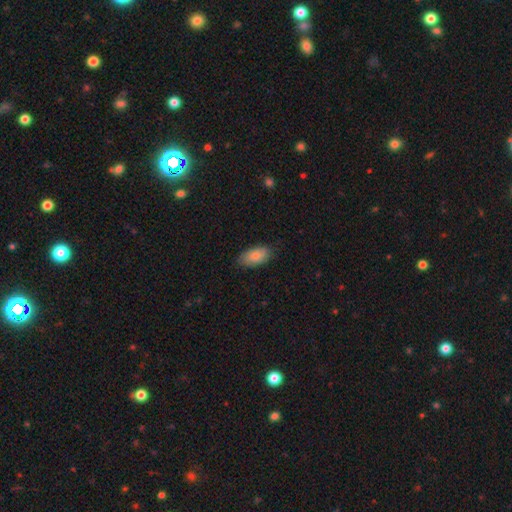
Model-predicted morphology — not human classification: Smooth or featured: smooth — 86% (featured or disk — 7%)
How rounded: in between — 92% (cigar-shaped — 5%)
Merging: none — 82% (minor disturbance — 14%)